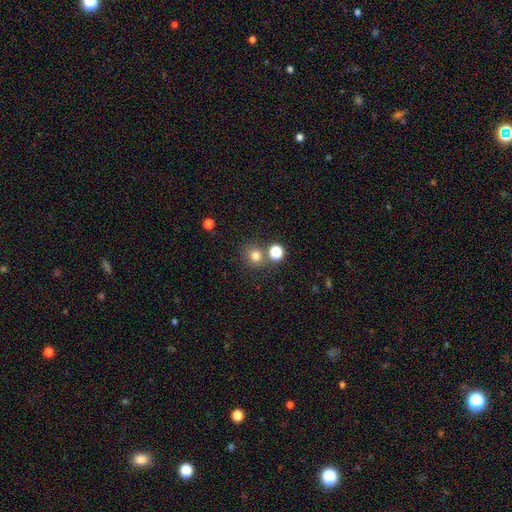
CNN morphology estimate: The model was most divided on "merging": none: 71%, merger: 16%, minor disturbance: 9%, major disturbance: 4%. More confident: how rounded — round (82%); smooth or featured — smooth (78%).